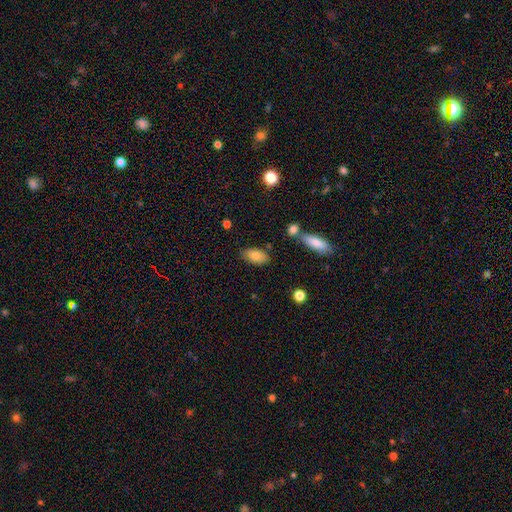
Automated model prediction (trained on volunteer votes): A smooth galaxy with no disk features (82%) that is in between round and cigar-shaped (92%). Merging: none (77%).